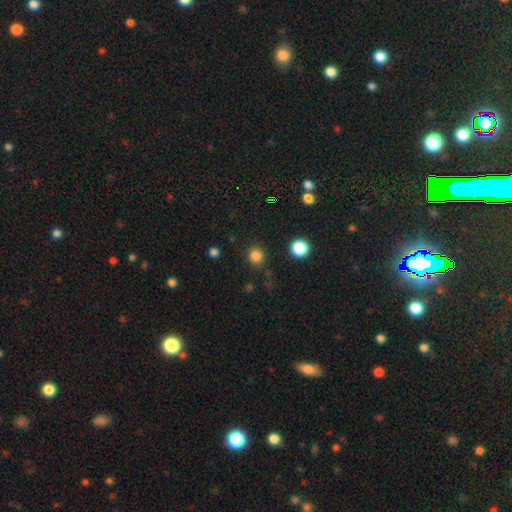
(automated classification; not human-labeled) smooth 82%, star or artifact 14%, featured or disk 4%. Down the decision tree: how rounded — round (90%); merging — none (88%).